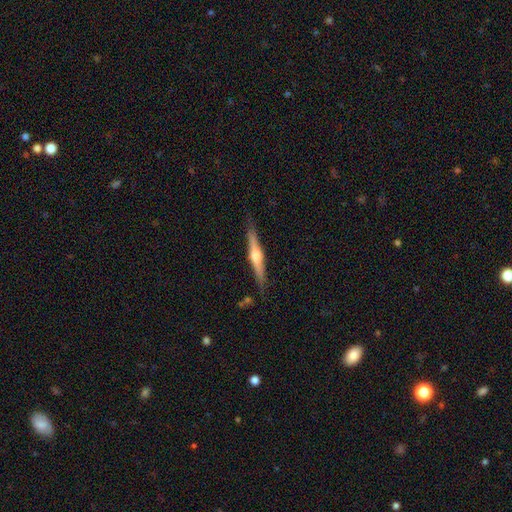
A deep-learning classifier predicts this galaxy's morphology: Smooth or featured? Predicted: featured or disk (p=0.70). Edge-on disk? Predicted: yes (p=0.98). Edge-on bulge? Predicted: rounded (p=0.90). Merging? Predicted: none (p=0.85).